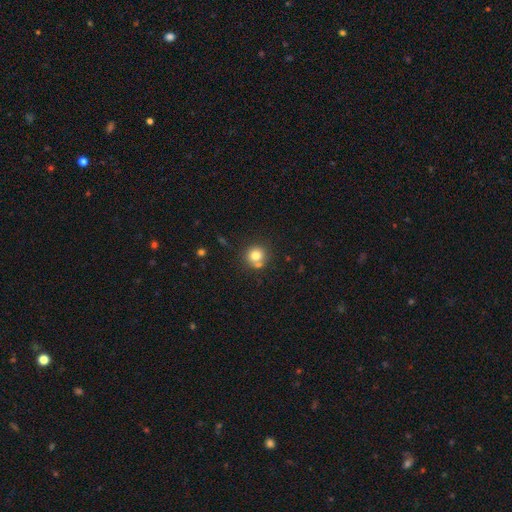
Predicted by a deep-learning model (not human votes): A smooth galaxy with no disk features (79%) that is round (91%).

Vote fractions:
- Smooth or featured? smooth: 79% / star or artifact: 11% / featured or disk: 10%
- How rounded? round: 91% / in between: 8% / cigar-shaped: 1%
- Merging? none: 68% / merger: 17% / minor disturbance: 11% / major disturbance: 3%